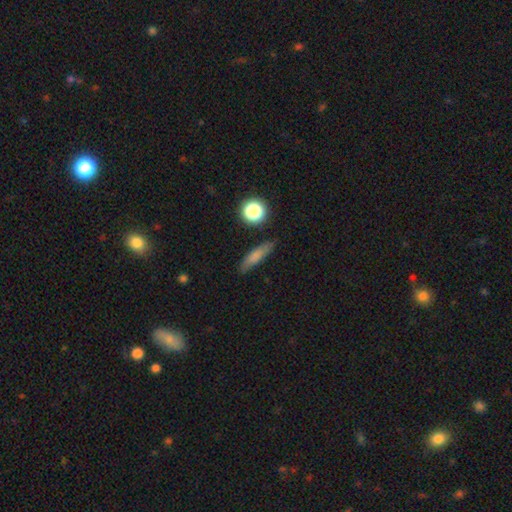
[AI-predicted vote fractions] Smooth or featured: smooth — 74% (featured or disk — 16%)
How rounded: cigar-shaped — 69% (in between — 24%)
Merging: none — 81% (minor disturbance — 13%)